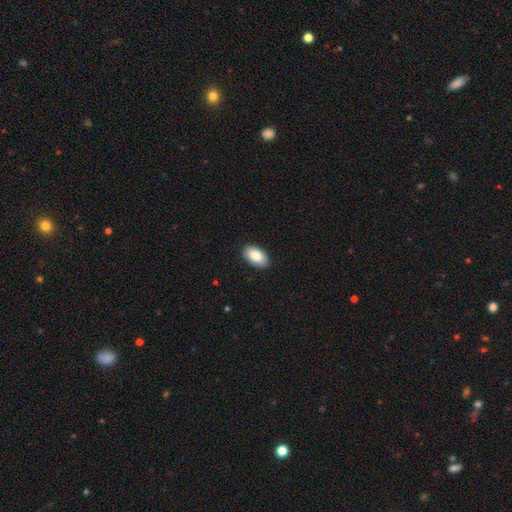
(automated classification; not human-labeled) This is clearly a smooth galaxy (86%). How rounded: clearly in between (95%). Merging: clearly none (90%).